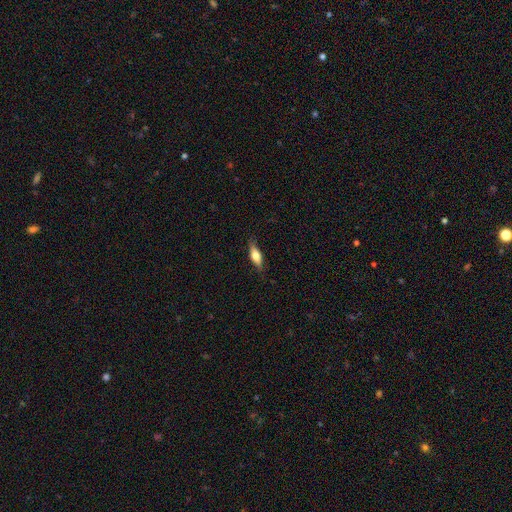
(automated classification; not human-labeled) Smooth or featured?
  - smooth: 55% *
  - featured or disk: 38%
  - star or artifact: 7%
How rounded?
  - in between: 58% *
  - cigar-shaped: 39%
  - round: 4%
Merging?
  - none: 80% *
  - minor disturbance: 15%
  - major disturbance: 3%
  - merger: 1%